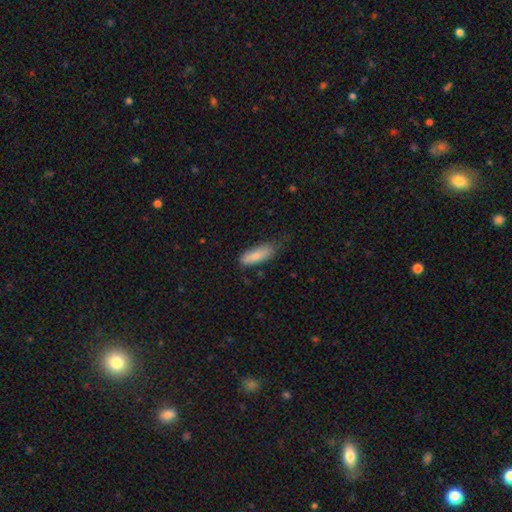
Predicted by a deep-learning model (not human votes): smooth_or_featured: smooth (p=0.82) [alt: featured or disk p=0.11]
how_rounded: in between (p=0.64) [alt: cigar-shaped p=0.34]
merging: none (p=0.60) [alt: minor disturbance p=0.31]